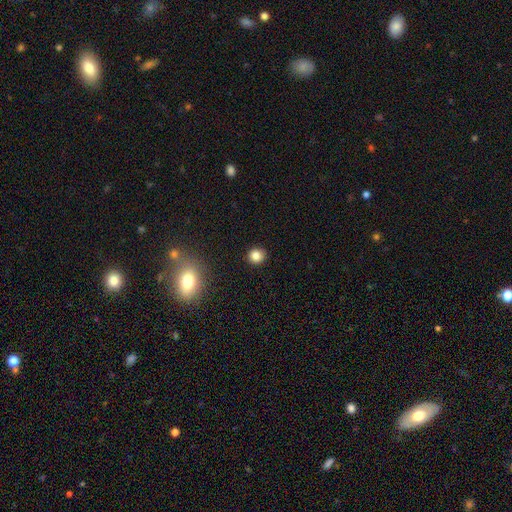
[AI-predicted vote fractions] The model was most divided on "smooth or featured": smooth: 83%, star or artifact: 11%, featured or disk: 5%. More confident: merging — none (91%); how rounded — round (88%).